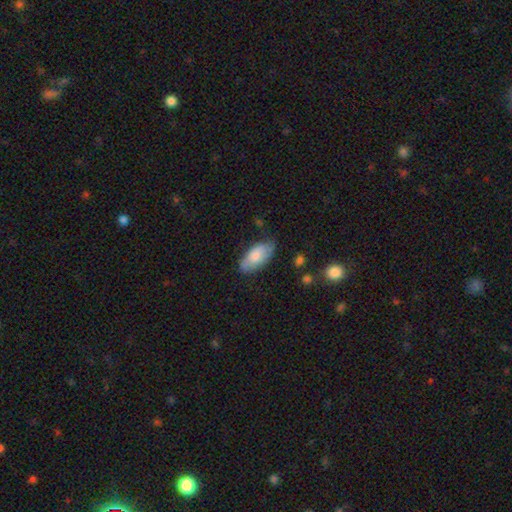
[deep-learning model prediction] A smooth galaxy with no disk features (76%) that is in between round and cigar-shaped (92%). Merging: none (69%).